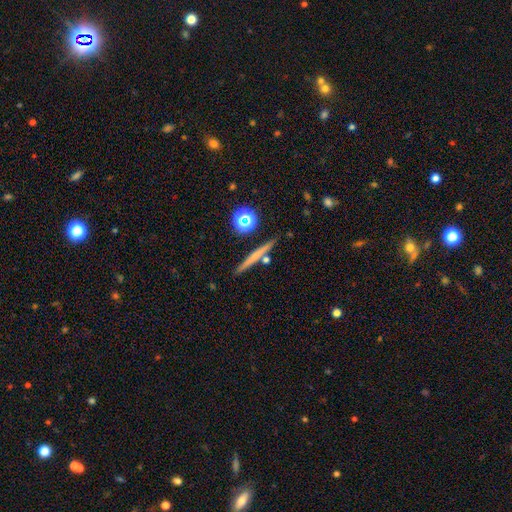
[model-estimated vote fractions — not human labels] smooth_or_featured: smooth (p=0.45) [alt: featured or disk p=0.44]
merging: none (p=0.84) [alt: minor disturbance p=0.08]